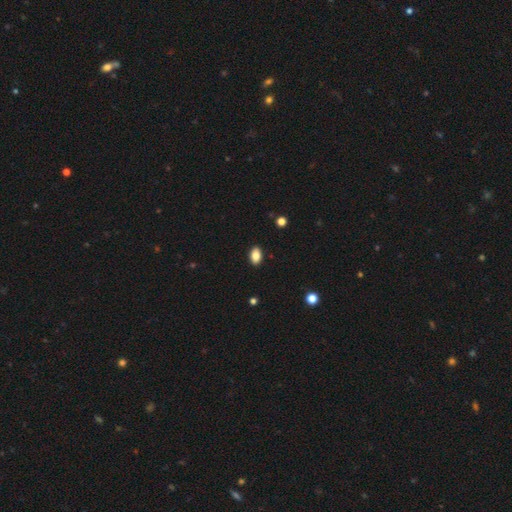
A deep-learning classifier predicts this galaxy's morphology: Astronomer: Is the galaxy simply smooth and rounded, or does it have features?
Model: smooth — 85%.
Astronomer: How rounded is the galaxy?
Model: in between — 90%.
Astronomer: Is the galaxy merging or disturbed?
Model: none — 90%.